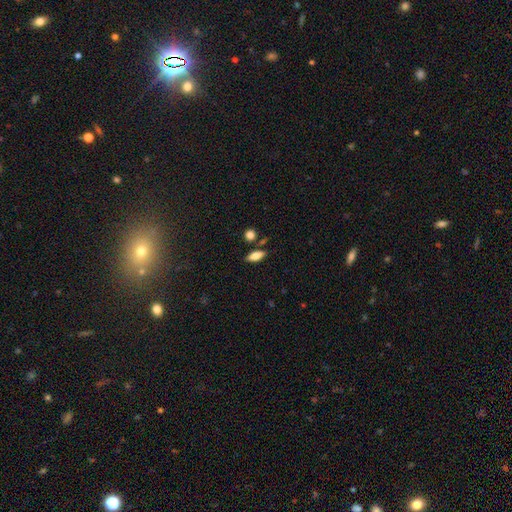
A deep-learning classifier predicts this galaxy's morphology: type=smooth (75%); roundness=in between (73%); merging=none (78%).